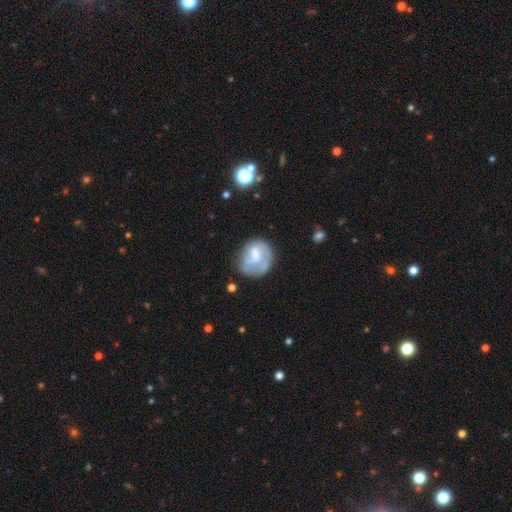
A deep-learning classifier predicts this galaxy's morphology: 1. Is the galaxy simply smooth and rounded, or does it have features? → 52% smooth, 41% featured or disk, 8% star or artifact.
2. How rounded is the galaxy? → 67% round, 32% in between, 1% cigar-shaped.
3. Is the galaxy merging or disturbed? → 49% none, 27% minor disturbance, 20% major disturbance, 4% merger.